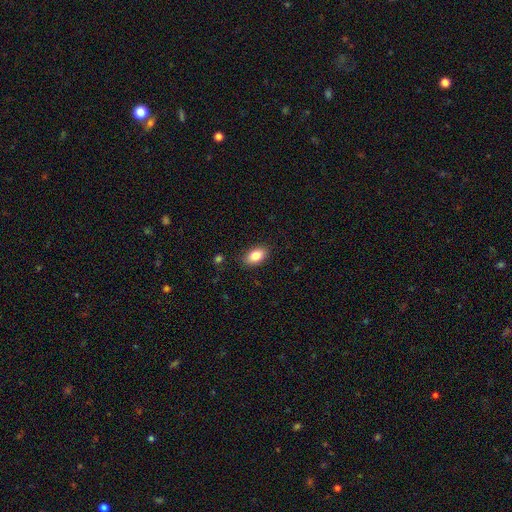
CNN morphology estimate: Q: Smooth or featured?
A: smooth (85%); runner-up: featured or disk (8%)
Q: How rounded?
A: in between (91%); runner-up: round (7%)
Q: Merging?
A: none (86%); runner-up: minor disturbance (10%)